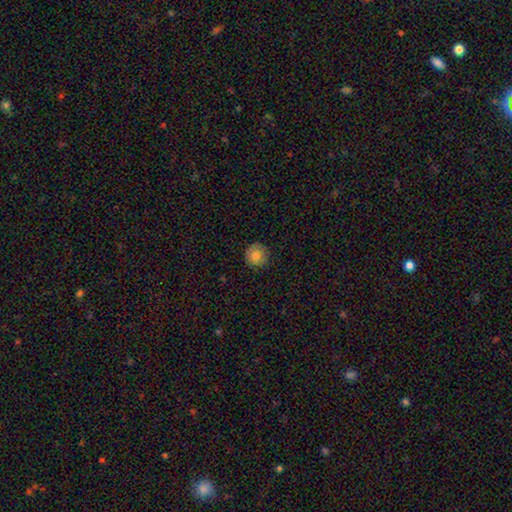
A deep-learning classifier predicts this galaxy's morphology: smooth_or_featured: smooth (p=0.81) [alt: featured or disk p=0.10]
how_rounded: round (p=0.93) [alt: in between p=0.06]
merging: none (p=0.85) [alt: minor disturbance p=0.12]